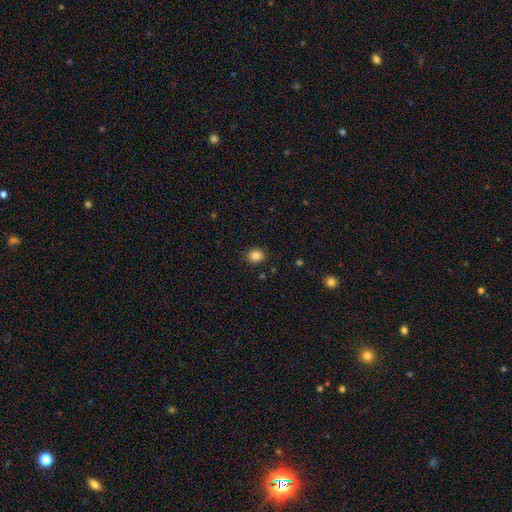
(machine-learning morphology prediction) type=smooth (85%); roundness=round (76%); merging=none (89%).